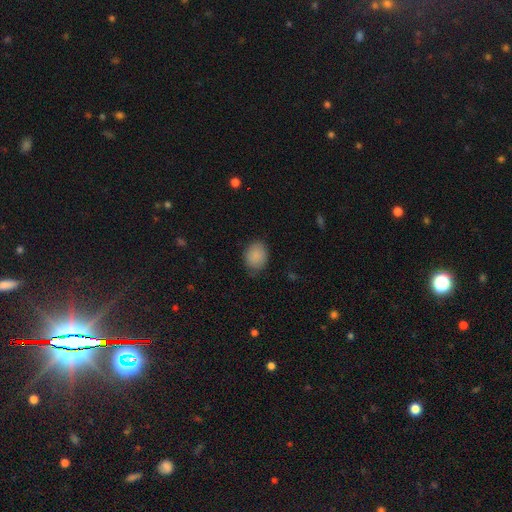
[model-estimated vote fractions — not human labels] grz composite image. It shows a smooth galaxy with no disk features (88%) that is in between round and cigar-shaped (56%). Merging: none (75%).